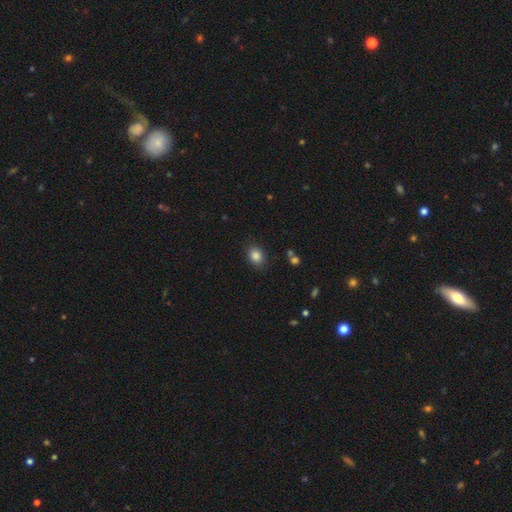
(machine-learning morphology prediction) This appears to be a smooth galaxy with no disk features (85%) that is in between round and cigar-shaped (59%). Merging: none (85%).